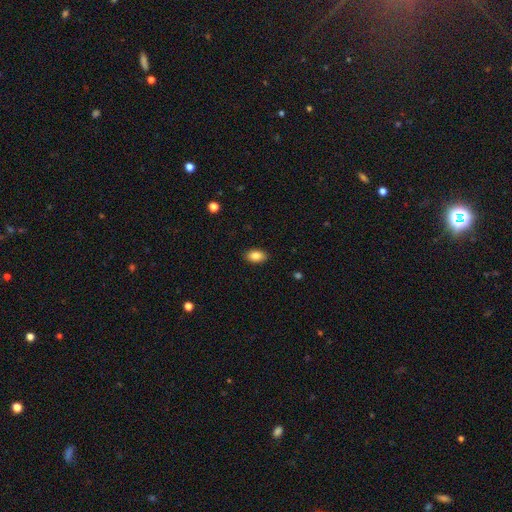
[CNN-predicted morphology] Smooth or featured?
  - smooth: 85% *
  - star or artifact: 8%
  - featured or disk: 7%
How rounded?
  - in between: 90% *
  - round: 8%
  - cigar-shaped: 2%
Merging?
  - none: 89% *
  - minor disturbance: 8%
  - major disturbance: 2%
  - merger: 1%